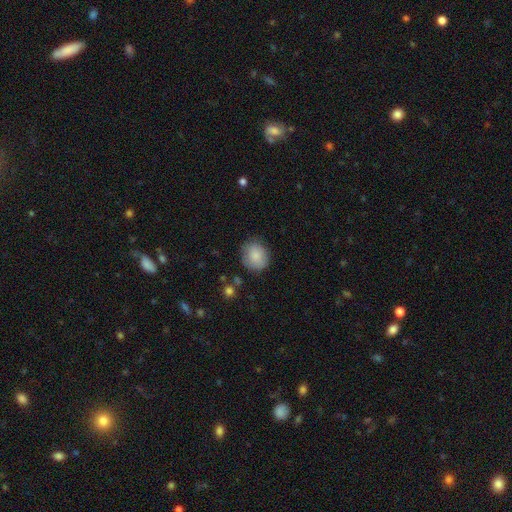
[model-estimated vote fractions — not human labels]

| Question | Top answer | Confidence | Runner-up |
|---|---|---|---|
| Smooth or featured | smooth | 85% | featured or disk (8%) |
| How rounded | round | 70% | in between (29%) |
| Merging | none | 78% | minor disturbance (17%) |